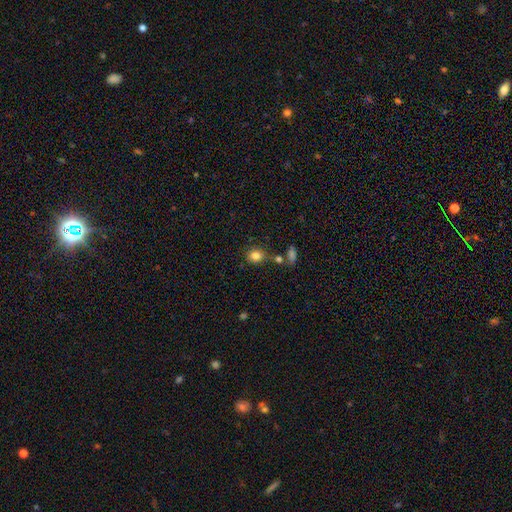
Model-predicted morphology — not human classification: A smooth galaxy with no disk features (82%) that is round (74%). Merging: none (72%).